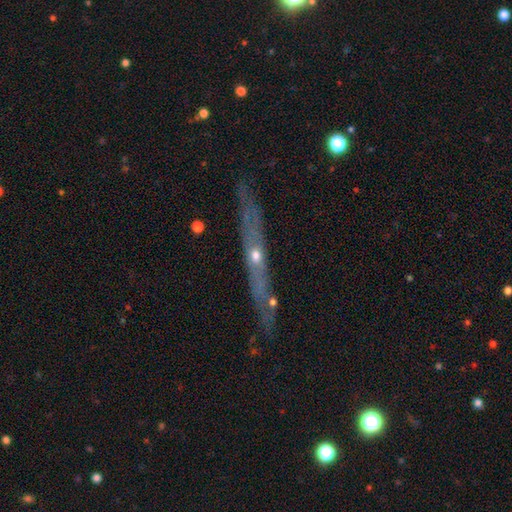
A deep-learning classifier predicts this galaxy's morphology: smooth_or_featured: featured or disk (p=0.75) [alt: smooth p=0.18]
disk_edge_on: yes (p=0.85) [alt: no p=0.15]
edge_on_bulge: rounded (p=0.71) [alt: none p=0.27]
merging: none (p=0.79) [alt: minor disturbance p=0.15]